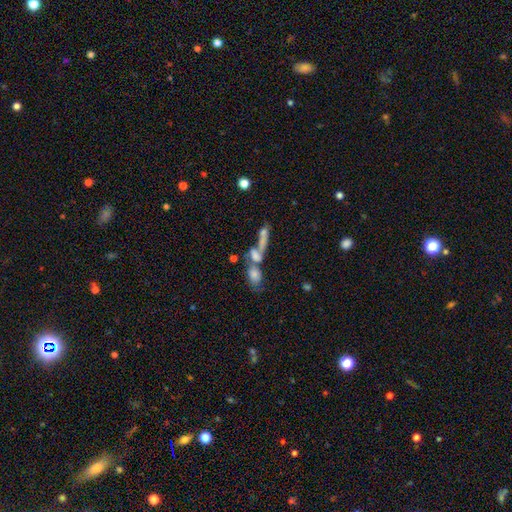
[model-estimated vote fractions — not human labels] Q: Smooth or featured?
A: smooth (53%); runner-up: featured or disk (32%)
Q: How rounded?
A: in between (52%); runner-up: cigar-shaped (32%)
Q: Merging?
A: merger (60%); runner-up: none (21%)